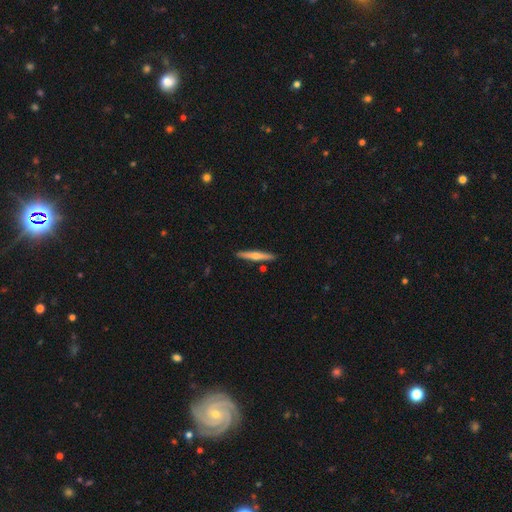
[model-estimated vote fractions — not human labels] A featured or disk galaxy (52%) viewed edge-on (96%).

Vote fractions:
- Smooth or featured? featured or disk: 52% / smooth: 43% / star or artifact: 6%
- Edge-on disk? yes: 96% / no: 4%
- Merging? none: 89% / minor disturbance: 7% / merger: 3% / major disturbance: 1%